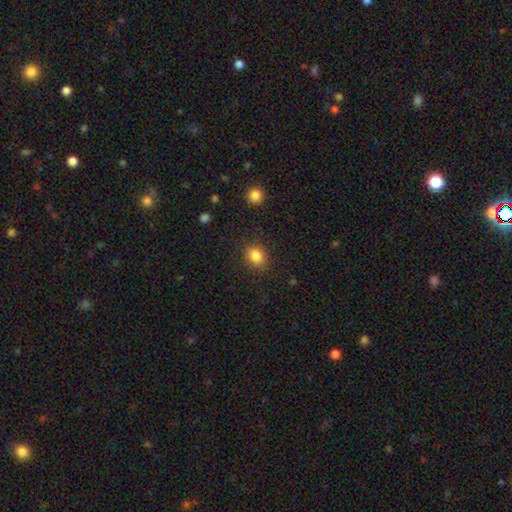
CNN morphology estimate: A smooth galaxy with no disk features (85%) that is in between round and cigar-shaped (55%). Merging: none (85%).